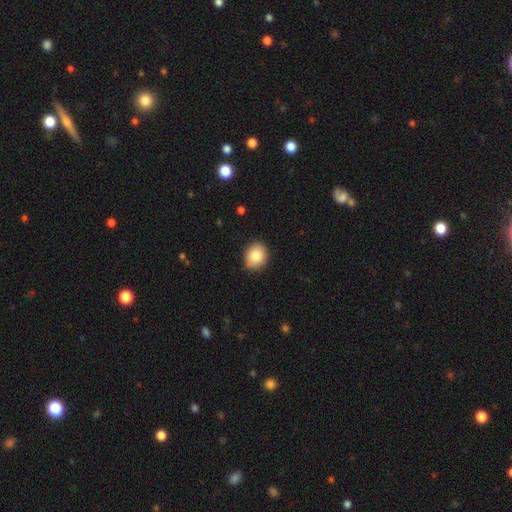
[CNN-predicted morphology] Smooth or featured: smooth — 83% (featured or disk — 8%)
How rounded: round — 66% (in between — 33%)
Merging: none — 87% (minor disturbance — 10%)